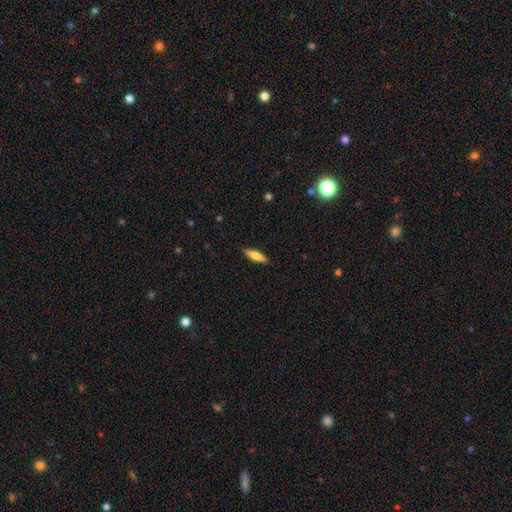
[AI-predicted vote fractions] This is likely a smooth galaxy (63%). How rounded: likely cigar-shaped (66%). Merging: clearly none (89%).